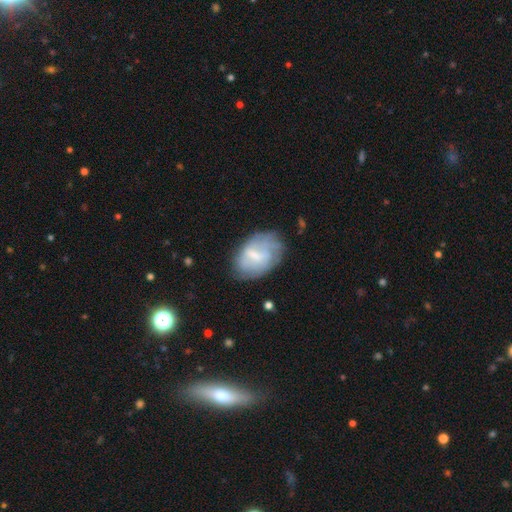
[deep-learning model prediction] Smooth or featured?
  - featured or disk: 51% *
  - smooth: 42%
  - star or artifact: 8%
Edge-on disk?
  - no: 96% *
  - yes: 4%
Merging?
  - none: 59% *
  - minor disturbance: 27%
  - major disturbance: 11%
  - merger: 3%